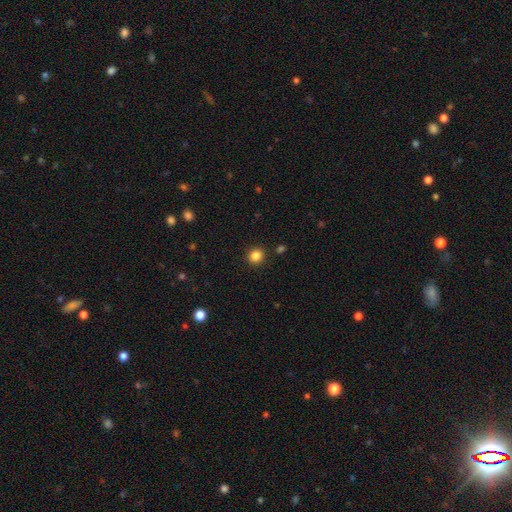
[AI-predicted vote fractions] Overall: smooth (85%). How rounded: round (88%). Merging: none (91%).